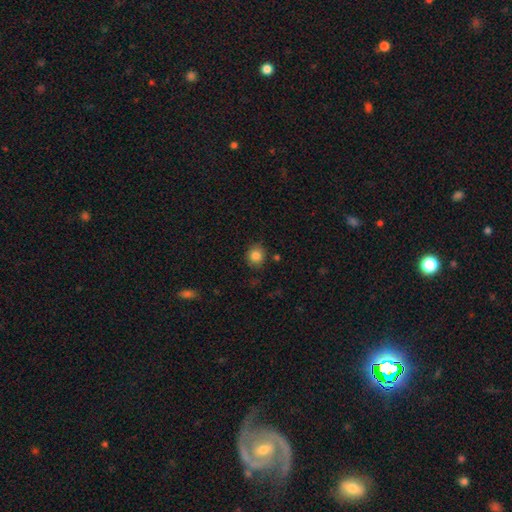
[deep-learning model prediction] smooth_or_featured: smooth (p=0.84) [alt: star or artifact p=0.10]
how_rounded: round (p=0.83) [alt: in between p=0.16]
merging: none (p=0.85) [alt: minor disturbance p=0.10]